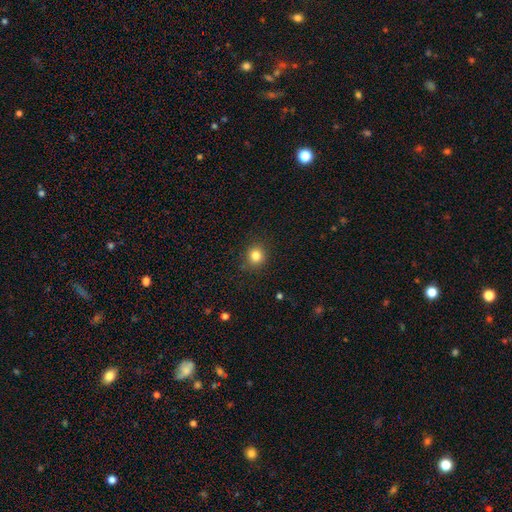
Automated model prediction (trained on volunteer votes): Smooth or featured? Predicted: smooth (p=0.82). How rounded? Predicted: round (p=0.87). Merging? Predicted: none (p=0.87).